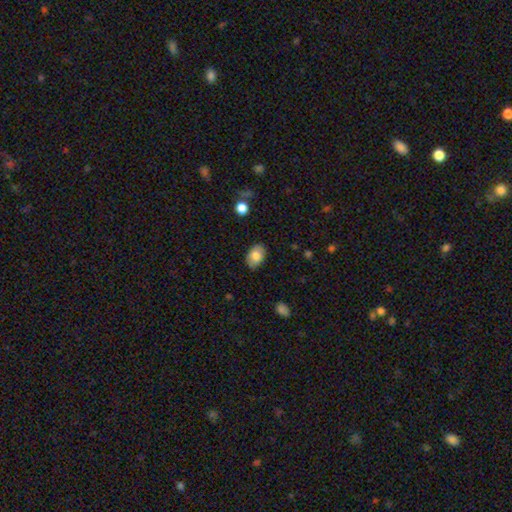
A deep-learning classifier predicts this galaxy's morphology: This appears to be a smooth galaxy with no disk features (81%) that is in between round and cigar-shaped (86%). Merging: none (84%).